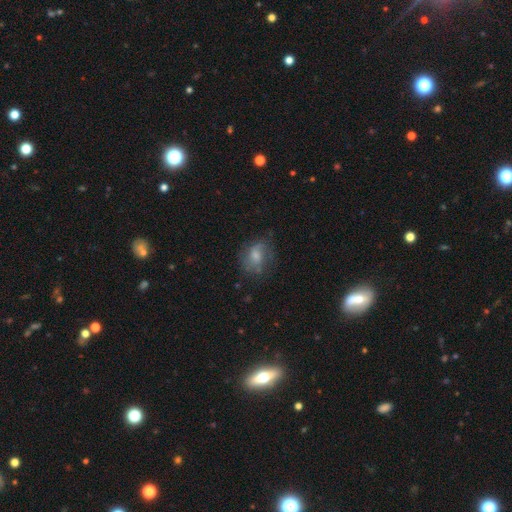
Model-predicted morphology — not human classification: This is possibly a smooth galaxy (53%). How rounded: possibly in between (59%). Merging: possibly none (57%).